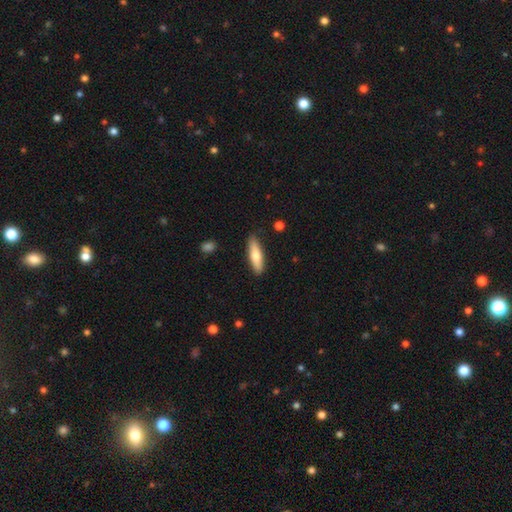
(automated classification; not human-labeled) Overall: smooth (70%). How rounded: cigar-shaped (64%; in between 34%). Merging: none (88%).